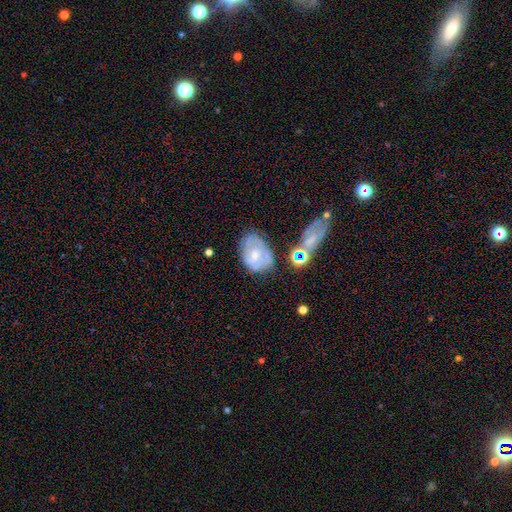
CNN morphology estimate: Smooth or featured? featured or disk (49%)
Merging? none (48%)